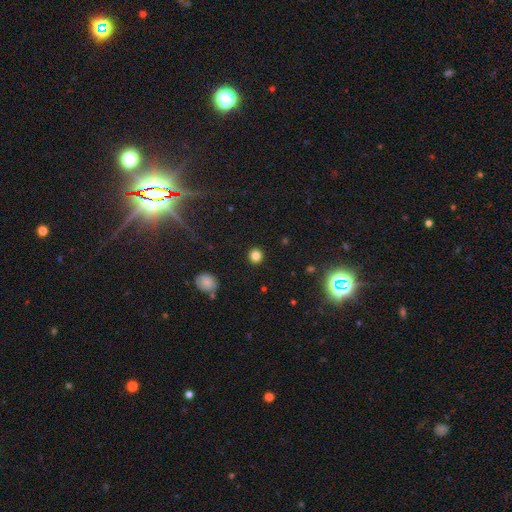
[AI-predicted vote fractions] This is clearly a smooth galaxy (83%). How rounded: clearly round (92%). Merging: clearly none (92%).